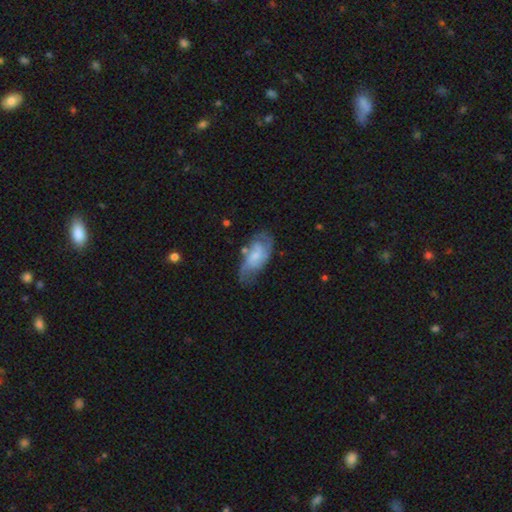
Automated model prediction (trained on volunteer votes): The model was most divided on "bulge size": small: 36%, moderate: 33%, none: 21%, large: 8%, dominant: 2%. More confident: edge-on disk — no (93%); spiral arms — yes (82%); smooth or featured — featured or disk (60%); bar — no (53%); merging — none (52%).